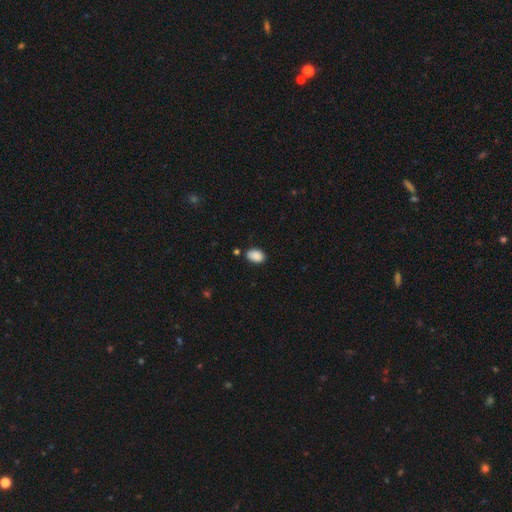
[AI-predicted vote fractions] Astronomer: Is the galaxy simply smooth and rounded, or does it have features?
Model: smooth — 89%.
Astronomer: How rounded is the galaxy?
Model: in between — 88%.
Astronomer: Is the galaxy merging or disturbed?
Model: none — 83%.